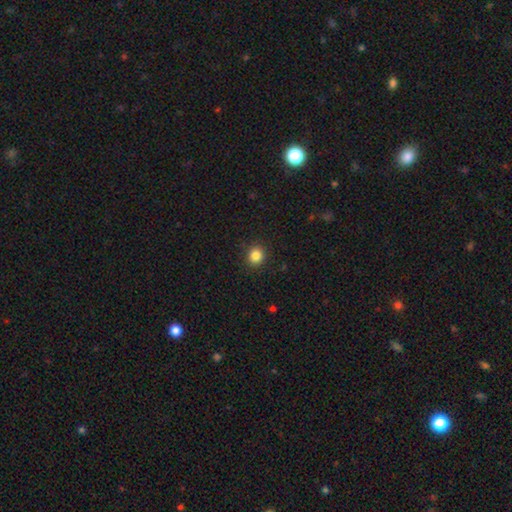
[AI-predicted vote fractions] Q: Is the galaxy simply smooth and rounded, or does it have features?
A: smooth — 85%.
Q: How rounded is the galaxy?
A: round — 88%.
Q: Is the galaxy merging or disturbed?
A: none — 91%.